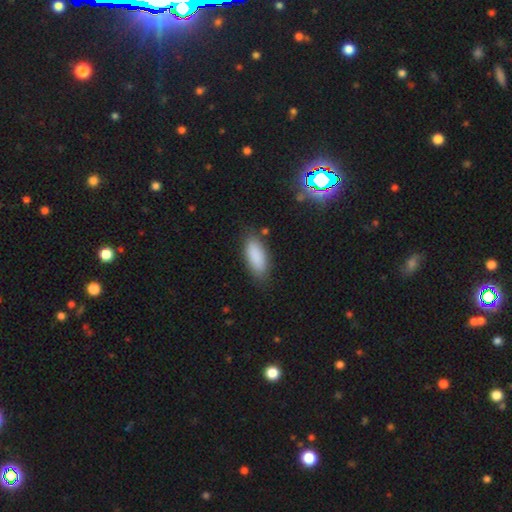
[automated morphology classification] Smooth or featured?
  - smooth: 88% *
  - star or artifact: 7%
  - featured or disk: 5%
How rounded?
  - in between: 82% *
  - cigar-shaped: 16%
  - round: 2%
Merging?
  - none: 81% *
  - minor disturbance: 14%
  - major disturbance: 3%
  - merger: 2%